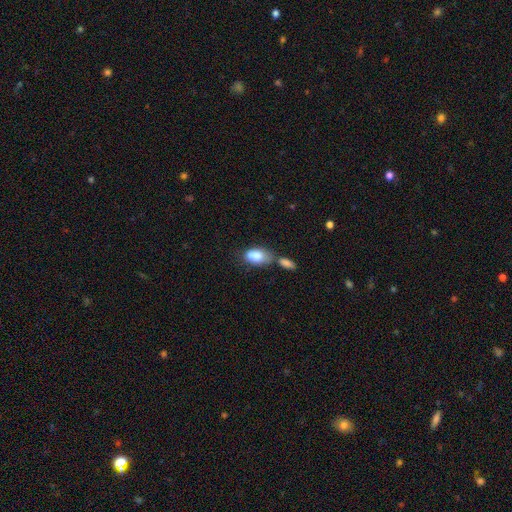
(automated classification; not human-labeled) Overall: smooth (81%). How rounded: in between (90%). Merging: merger (44%; none 30%).